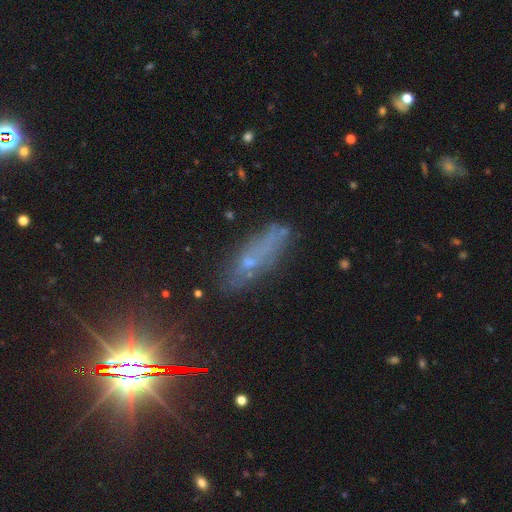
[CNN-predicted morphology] Overall: smooth (35%; featured or disk 33%). Merging: none (67%).